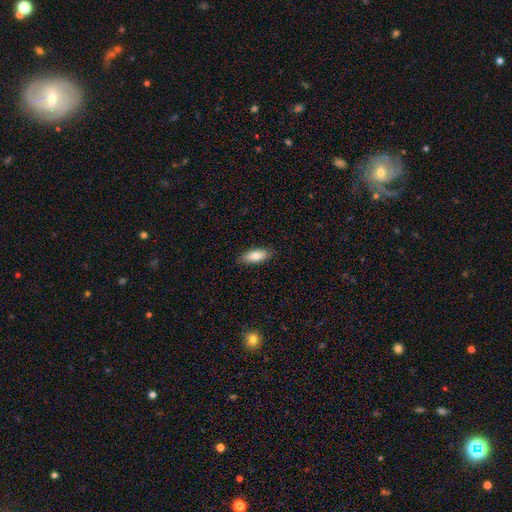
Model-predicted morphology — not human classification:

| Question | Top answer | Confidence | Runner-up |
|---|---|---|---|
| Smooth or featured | smooth | 80% | featured or disk (14%) |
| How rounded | in between | 77% | cigar-shaped (21%) |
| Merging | none | 87% | minor disturbance (10%) |